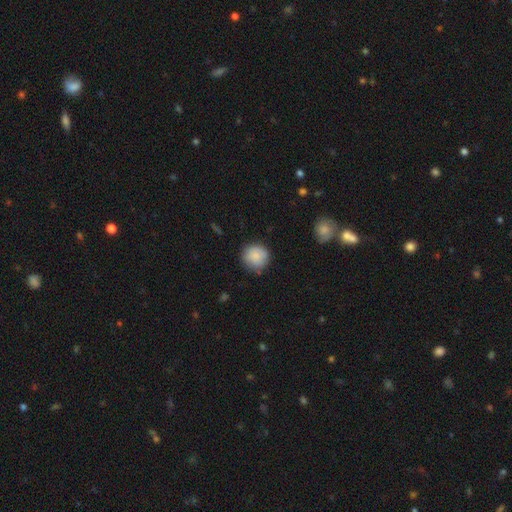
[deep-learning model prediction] Smooth or featured: smooth — 86% (star or artifact — 7%)
How rounded: round — 92% (in between — 7%)
Merging: none — 81% (minor disturbance — 14%)